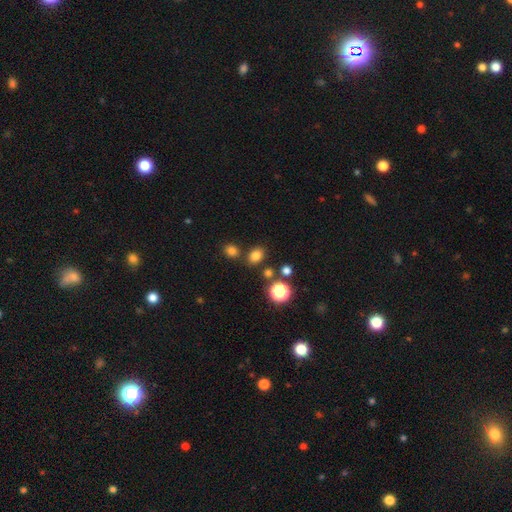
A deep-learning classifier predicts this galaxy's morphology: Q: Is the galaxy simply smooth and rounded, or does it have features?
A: smooth — 78%.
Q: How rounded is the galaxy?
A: in between — 55%.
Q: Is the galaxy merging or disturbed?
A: none — 77%.